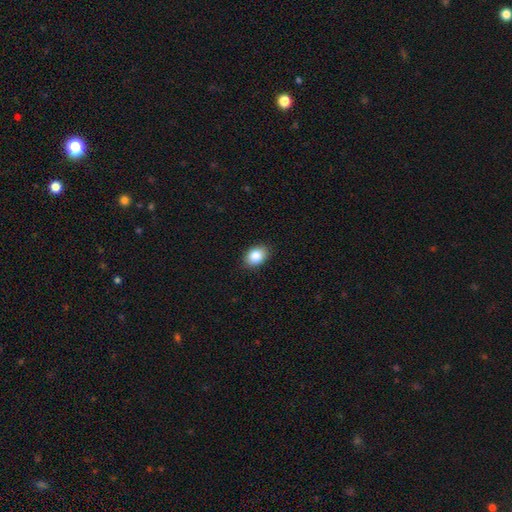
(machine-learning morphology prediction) Smooth or featured? smooth (85%)
How rounded? in between (75%)
Merging? none (89%)